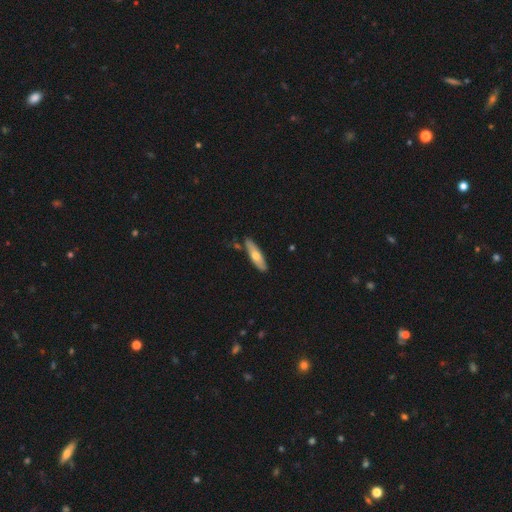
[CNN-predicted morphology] Q: Smooth or featured?
A: smooth (58%); runner-up: featured or disk (37%)
Q: How rounded?
A: cigar-shaped (66%); runner-up: in between (32%)
Q: Merging?
A: none (82%); runner-up: minor disturbance (12%)